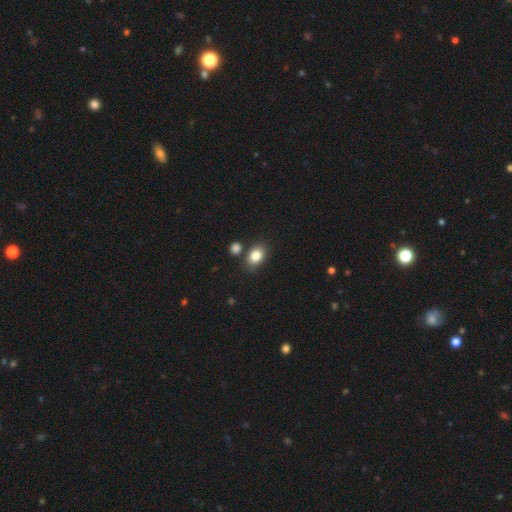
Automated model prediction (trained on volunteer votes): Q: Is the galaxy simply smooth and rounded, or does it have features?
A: smooth — 83%.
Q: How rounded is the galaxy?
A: in between — 73%.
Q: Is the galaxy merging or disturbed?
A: none — 74%.